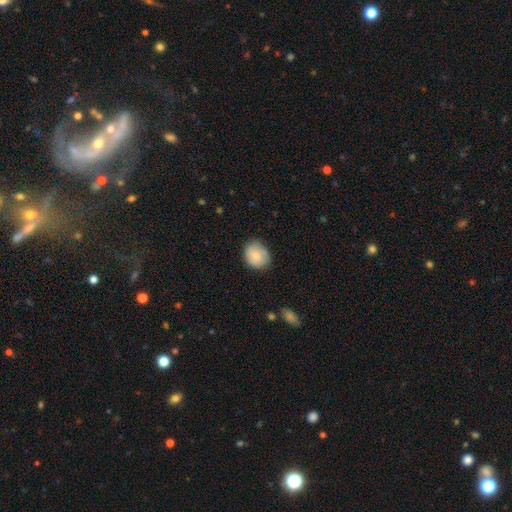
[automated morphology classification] Overall: smooth (78%). How rounded: round (66%; in between 33%). Merging: none (77%).